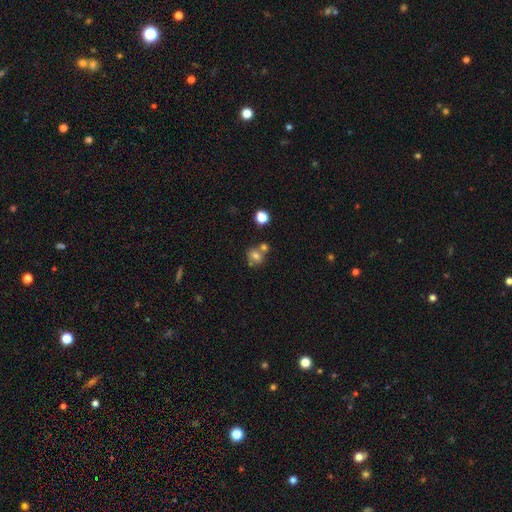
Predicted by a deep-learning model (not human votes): A smooth galaxy with no disk features (70%) that is round (69%). Merging: none (52%).